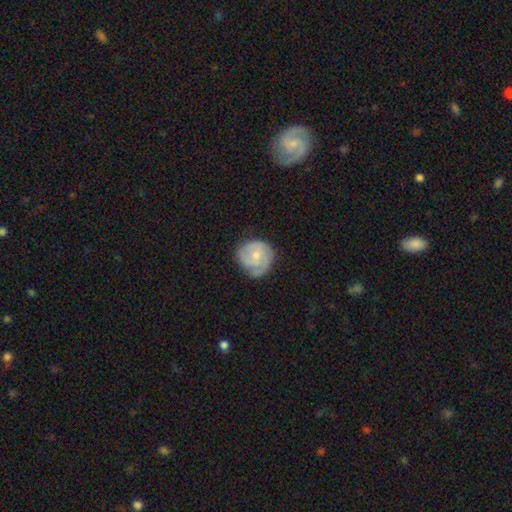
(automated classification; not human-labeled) Q: Smooth or featured?
A: featured or disk (49%); runner-up: smooth (44%)
Q: Merging?
A: none (60%); runner-up: minor disturbance (29%)